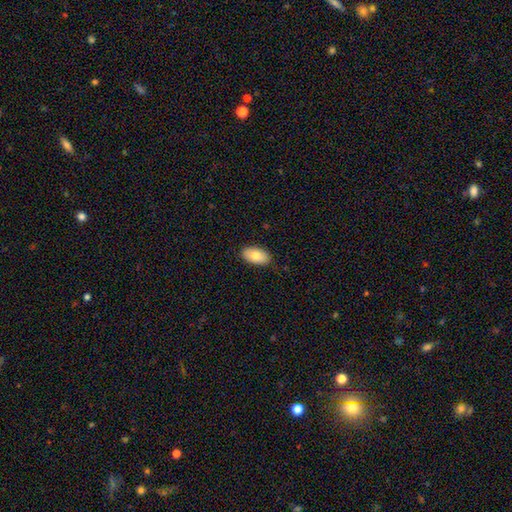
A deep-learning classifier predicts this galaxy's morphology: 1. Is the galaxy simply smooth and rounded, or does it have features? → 81% smooth, 12% featured or disk, 6% star or artifact.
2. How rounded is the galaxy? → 95% in between, 3% round, 2% cigar-shaped.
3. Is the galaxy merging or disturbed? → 87% none, 10% minor disturbance, 2% major disturbance, 1% merger.